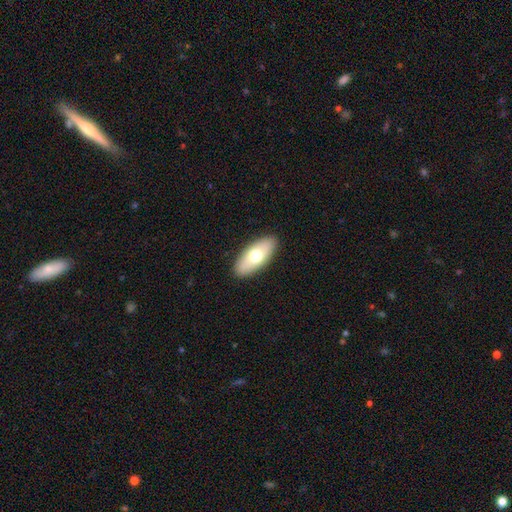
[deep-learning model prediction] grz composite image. It shows a smooth galaxy with no disk features (66%) that is in between round and cigar-shaped (84%). Merging: none (89%).